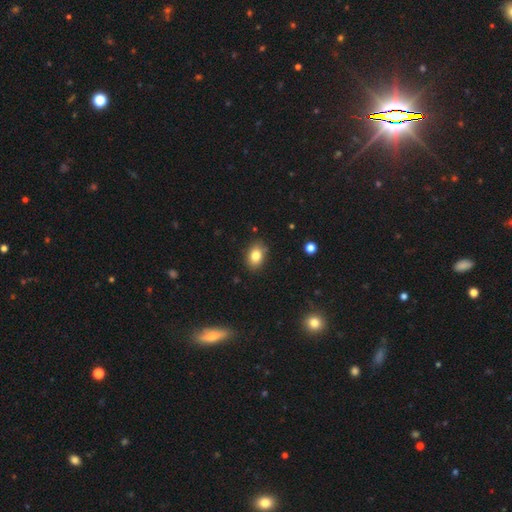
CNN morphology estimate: A smooth galaxy with no disk features (82%) that is in between round and cigar-shaped (75%).

Vote fractions:
- Smooth or featured? smooth: 82% / star or artifact: 10% / featured or disk: 8%
- How rounded? in between: 75% / round: 24% / cigar-shaped: 1%
- Merging? none: 85% / minor disturbance: 12% / major disturbance: 2% / merger: 1%